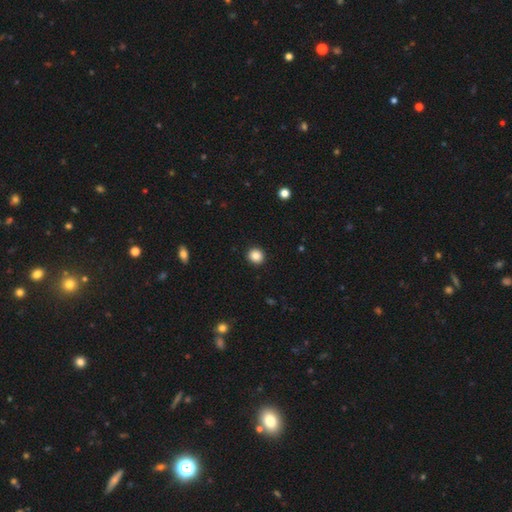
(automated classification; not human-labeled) A smooth galaxy with no disk features (86%) that is round (91%).

Vote fractions:
- Smooth or featured? smooth: 86% / star or artifact: 10% / featured or disk: 4%
- How rounded? round: 91% / in between: 8% / cigar-shaped: 1%
- Merging? none: 93% / minor disturbance: 4% / major disturbance: 2% / merger: 1%